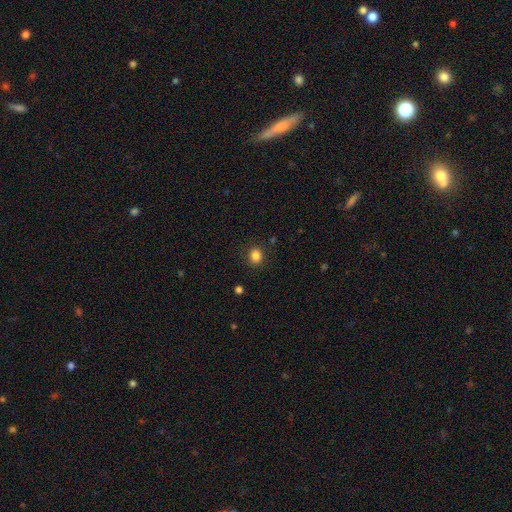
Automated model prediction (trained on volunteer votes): Smooth or featured? Predicted: smooth (p=0.84). How rounded? Predicted: round (p=0.76). Merging? Predicted: none (p=0.87).